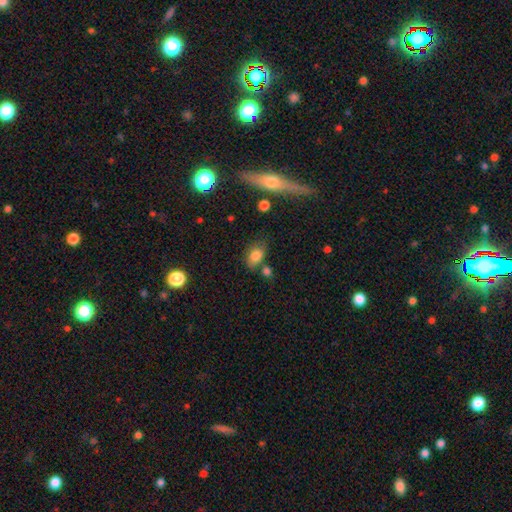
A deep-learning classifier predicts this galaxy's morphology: Smooth or featured?
  - smooth: 80% *
  - featured or disk: 11%
  - star or artifact: 10%
How rounded?
  - in between: 81% *
  - round: 16%
  - cigar-shaped: 2%
Merging?
  - none: 63% *
  - minor disturbance: 20%
  - merger: 12%
  - major disturbance: 6%